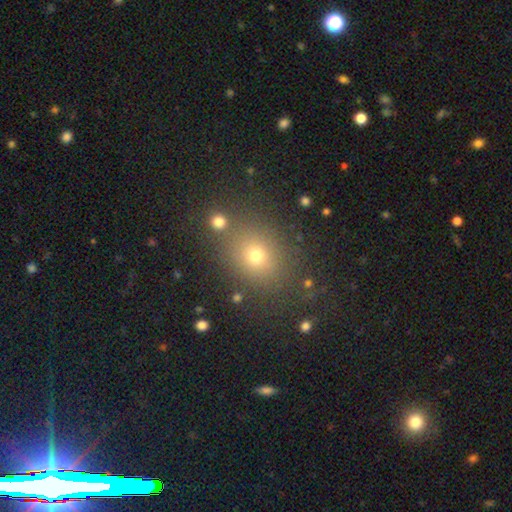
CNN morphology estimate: A smooth galaxy with no disk features (68%) that is round (59%). Merging: none (79%).